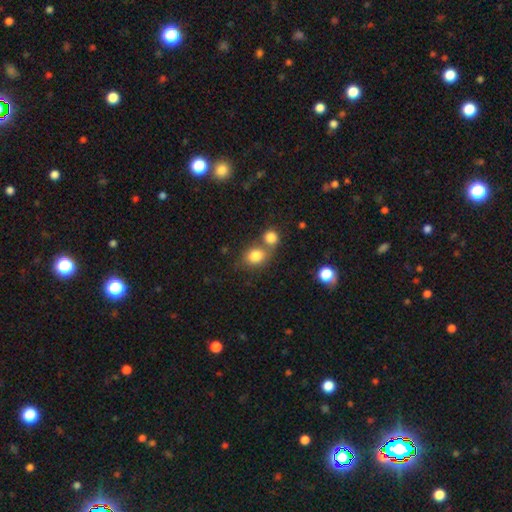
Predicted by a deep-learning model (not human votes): Smooth or featured?
  - smooth: 82% *
  - star or artifact: 10%
  - featured or disk: 8%
How rounded?
  - round: 61% *
  - in between: 38%
  - cigar-shaped: 1%
Merging?
  - none: 45% *
  - merger: 41%
  - minor disturbance: 10%
  - major disturbance: 4%